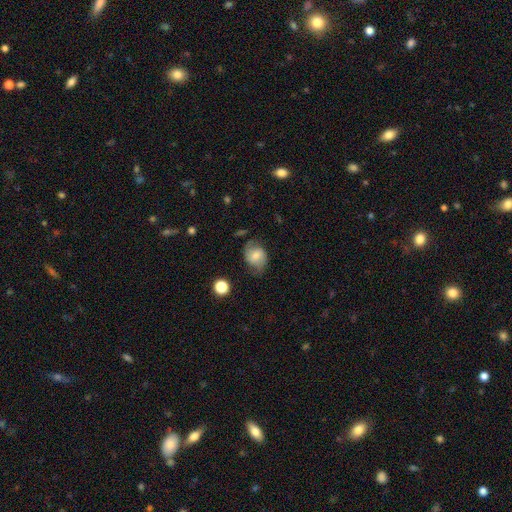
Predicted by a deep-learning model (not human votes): Morphology: type=smooth (54%); roundness=round (50%); merging=none (65%).